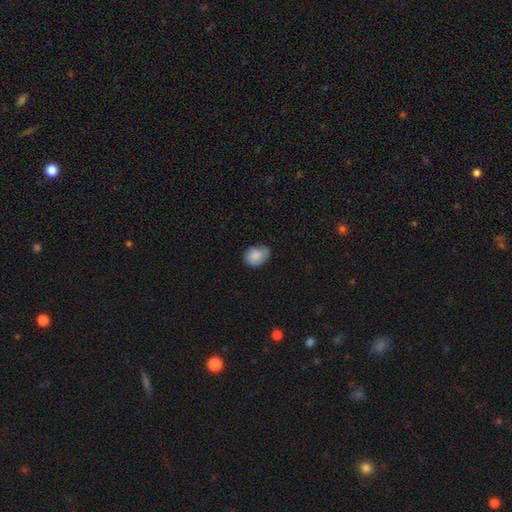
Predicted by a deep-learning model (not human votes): Smooth or featured? Predicted: smooth (p=0.81). How rounded? Predicted: in between (p=0.65). Merging? Predicted: none (p=0.58).